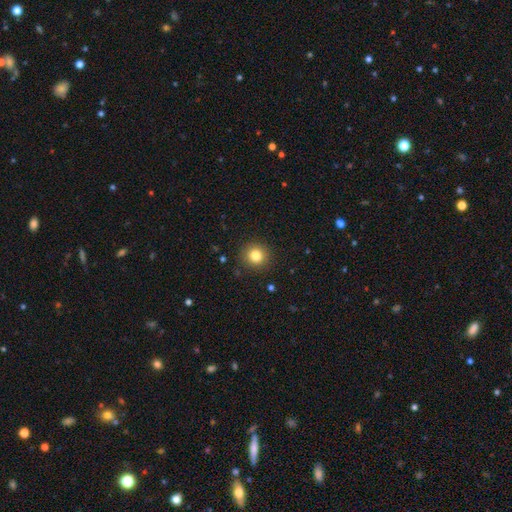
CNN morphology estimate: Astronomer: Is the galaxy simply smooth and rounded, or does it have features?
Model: smooth — 82%.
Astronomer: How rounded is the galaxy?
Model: round — 93%.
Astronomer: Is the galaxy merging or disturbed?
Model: none — 90%.